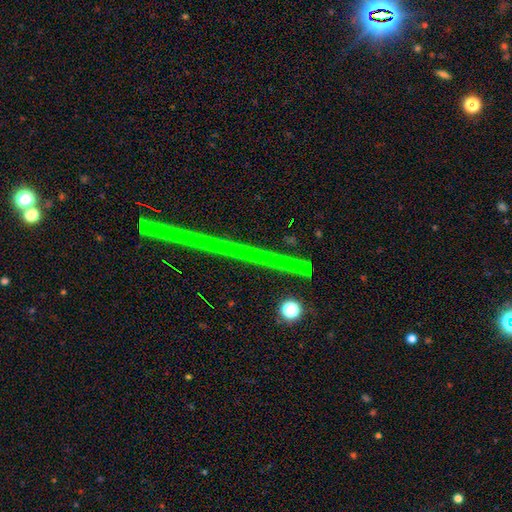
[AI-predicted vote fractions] A star or artifact, not a galaxy (79%).

Vote fractions:
- Smooth or featured? star or artifact: 79% / featured or disk: 15% / smooth: 7%